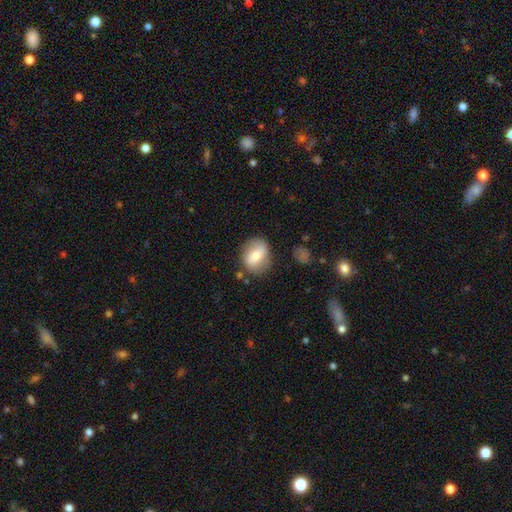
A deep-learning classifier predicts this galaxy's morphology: Smooth or featured: smooth — 66% (featured or disk — 27%)
How rounded: in between — 56% (round — 42%)
Merging: none — 75% (minor disturbance — 16%)